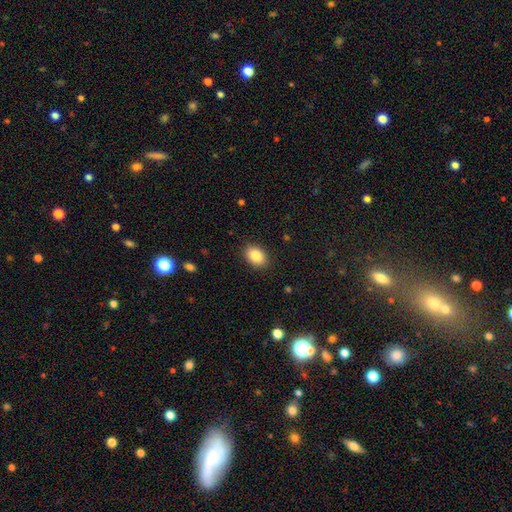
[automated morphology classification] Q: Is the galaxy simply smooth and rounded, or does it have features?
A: smooth — 86%.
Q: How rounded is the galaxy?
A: in between — 79%.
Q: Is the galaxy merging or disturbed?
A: none — 88%.